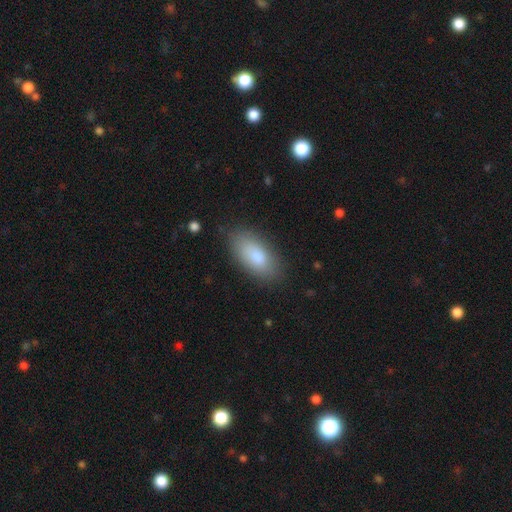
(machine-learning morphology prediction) The model was most divided on "merging": none: 83%, minor disturbance: 13%, major disturbance: 3%, merger: 1%. More confident: how rounded — in between (91%); smooth or featured — smooth (82%).